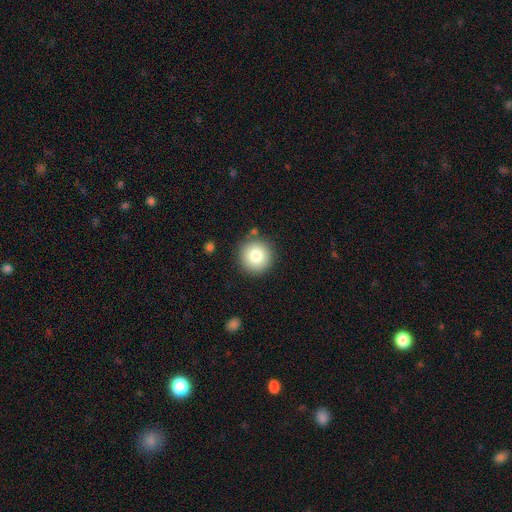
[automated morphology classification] Smooth or featured?
  - smooth: 82% *
  - star or artifact: 9%
  - featured or disk: 9%
How rounded?
  - round: 95% *
  - in between: 4%
  - cigar-shaped: 1%
Merging?
  - none: 87% *
  - minor disturbance: 8%
  - merger: 3%
  - major disturbance: 2%